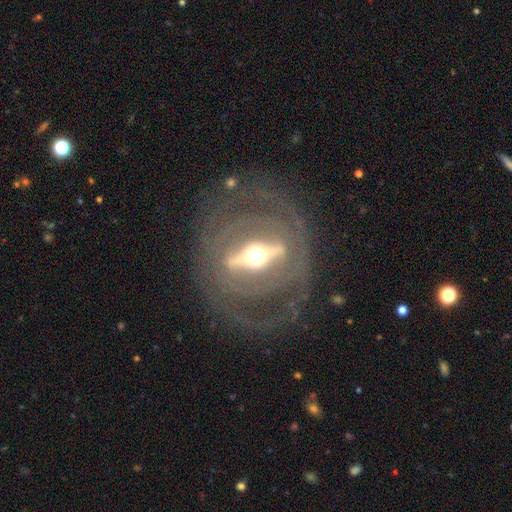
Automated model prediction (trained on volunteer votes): smooth-or-featured: featured or disk: 87% | smooth: 8% | star or artifact: 5%
  disk-edge-on: no: 72% | yes: 28%
    bar: strong: 84% | weak: 11% | no: 6%
    has-spiral-arms: yes: 56% | no: 44%
    bulge-size: moderate: 65% | small: 16% | large: 16% | dominant: 2% | none: 1%
  merging: none: 74% | major disturbance: 13% | minor disturbance: 12% | merger: 2%